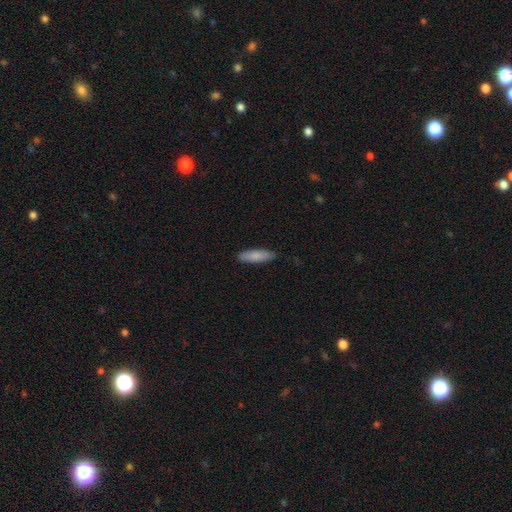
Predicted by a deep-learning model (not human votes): The model was most divided on "how rounded": cigar-shaped: 63%, in between: 36%, round: 2%. More confident: merging — none (88%); smooth or featured — smooth (84%).